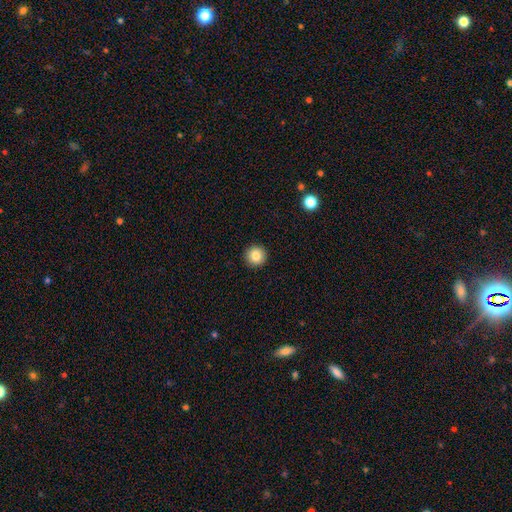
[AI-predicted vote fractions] Smooth or featured?
  - smooth: 85% *
  - star or artifact: 9%
  - featured or disk: 6%
How rounded?
  - round: 96% *
  - in between: 3%
  - cigar-shaped: 1%
Merging?
  - none: 93% *
  - minor disturbance: 4%
  - major disturbance: 1%
  - merger: 1%